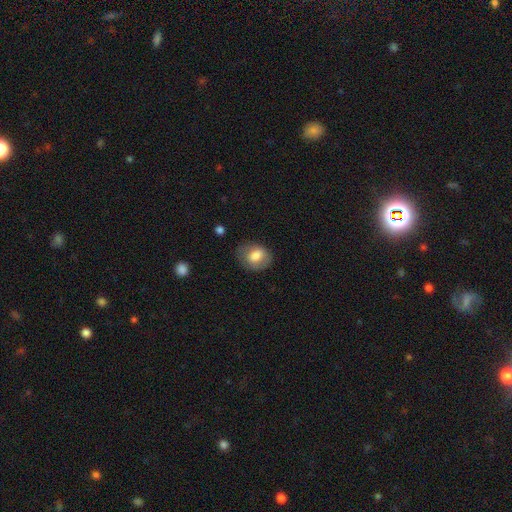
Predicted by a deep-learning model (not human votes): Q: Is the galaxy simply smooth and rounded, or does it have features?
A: smooth — 74%.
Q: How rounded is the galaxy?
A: in between — 60%.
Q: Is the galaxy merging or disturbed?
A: none — 74%.